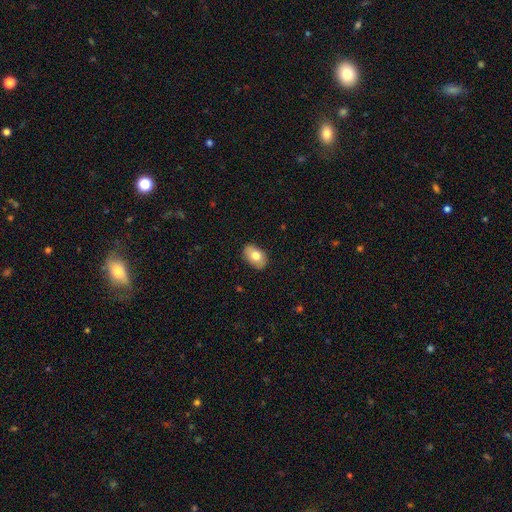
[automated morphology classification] Smooth or featured: smooth — 75% (featured or disk — 18%)
How rounded: in between — 86% (round — 13%)
Merging: none — 86% (minor disturbance — 11%)